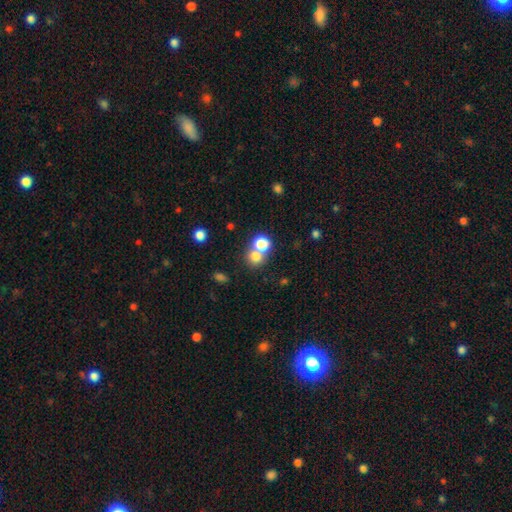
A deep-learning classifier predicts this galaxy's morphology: Overall: smooth (74%). How rounded: round (79%). Merging: merger (46%; none 44%).